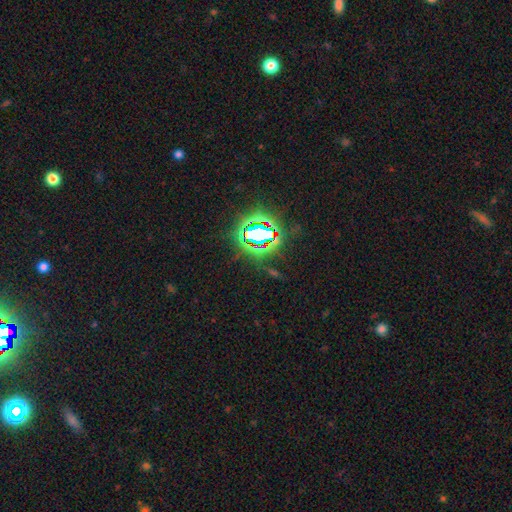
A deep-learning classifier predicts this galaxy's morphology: This is clearly a star or artifact rather than a galaxy (83%).